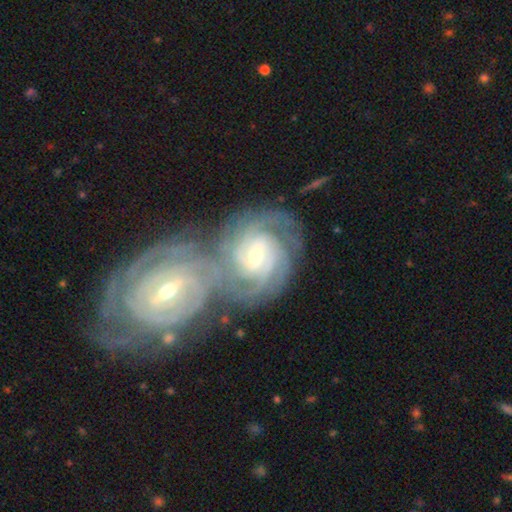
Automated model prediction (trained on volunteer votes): Overall: featured or disk (90%). Edge-on disk: no (98%). Bar: weak (48%; no 30%). Spiral arms: yes (98%). Spiral arm count: 3 (30%; 4 27%). Spiral winding: tight (72%). Bulge size: small (49%; moderate 46%). Merging: merger (62%; none 26%).